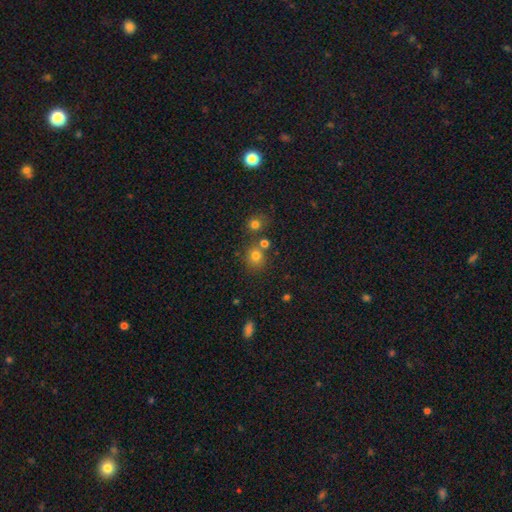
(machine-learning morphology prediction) Smooth or featured?
  - smooth: 75% *
  - star or artifact: 17%
  - featured or disk: 8%
How rounded?
  - round: 81% *
  - in between: 18%
  - cigar-shaped: 1%
Merging?
  - none: 66% *
  - merger: 20%
  - minor disturbance: 10%
  - major disturbance: 4%